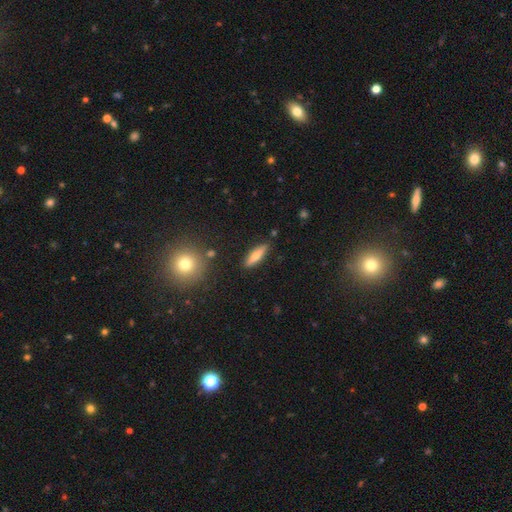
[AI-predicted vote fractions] smooth-or-featured: smooth: 58% | featured or disk: 35% | star or artifact: 8%
  how-rounded: cigar-shaped: 63% | in between: 34% | round: 3%
  merging: none: 88% | minor disturbance: 8% | merger: 2% | major disturbance: 2%